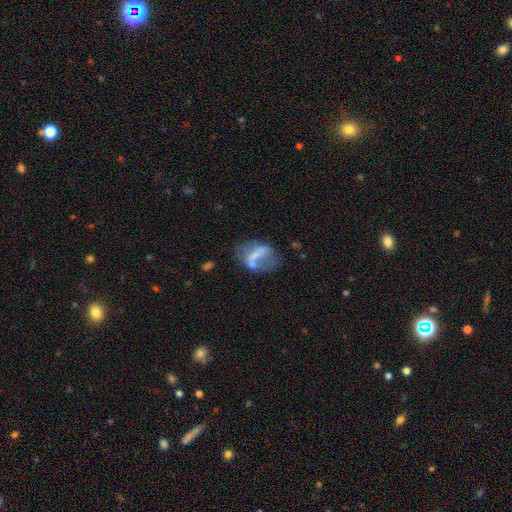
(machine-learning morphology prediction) Q: Smooth or featured?
A: featured or disk (47%); runner-up: smooth (43%)
Q: Merging?
A: major disturbance (34%); runner-up: none (28%)